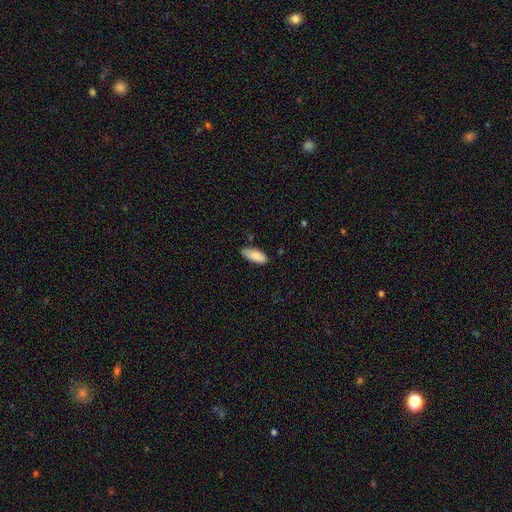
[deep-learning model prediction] smooth-or-featured: smooth: 85% | featured or disk: 9% | star or artifact: 6%
  how-rounded: in between: 84% | cigar-shaped: 15% | round: 2%
  merging: none: 77% | minor disturbance: 18% | major disturbance: 3% | merger: 2%